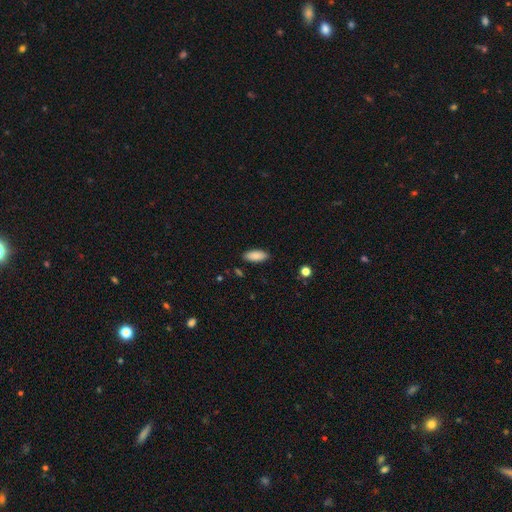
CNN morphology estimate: smooth-or-featured: smooth: 88% | star or artifact: 7% | featured or disk: 6%
  how-rounded: in between: 85% | cigar-shaped: 13% | round: 2%
  merging: none: 87% | minor disturbance: 9% | major disturbance: 2% | merger: 1%